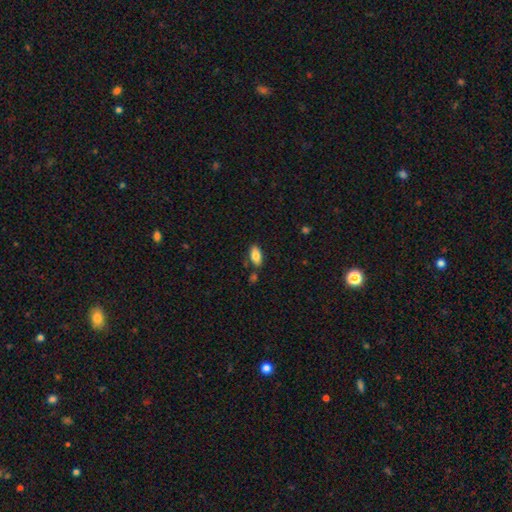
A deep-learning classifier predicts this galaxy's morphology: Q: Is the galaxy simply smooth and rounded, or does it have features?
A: smooth — 82%.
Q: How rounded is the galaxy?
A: in between — 90%.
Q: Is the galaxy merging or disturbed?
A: none — 79%.